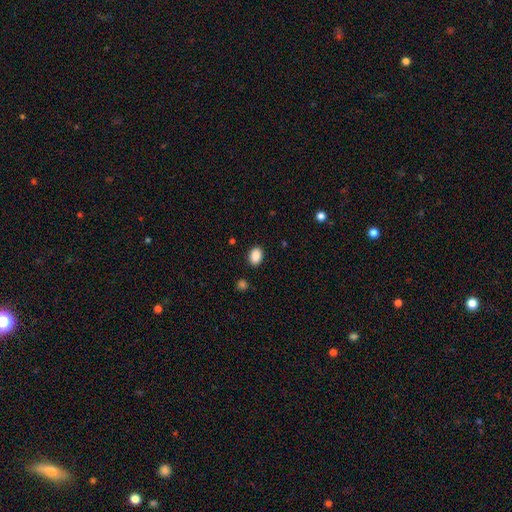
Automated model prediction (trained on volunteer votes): Q: Smooth or featured?
A: smooth (89%); runner-up: star or artifact (8%)
Q: How rounded?
A: in between (77%); runner-up: round (22%)
Q: Merging?
A: none (88%); runner-up: minor disturbance (8%)